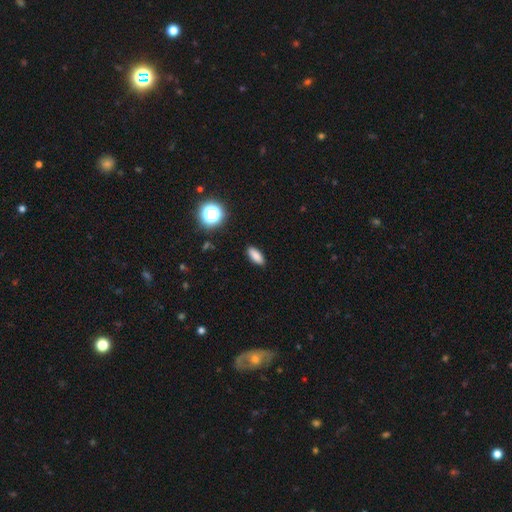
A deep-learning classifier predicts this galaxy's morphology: Overall: smooth (84%). How rounded: in between (76%). Merging: none (89%).